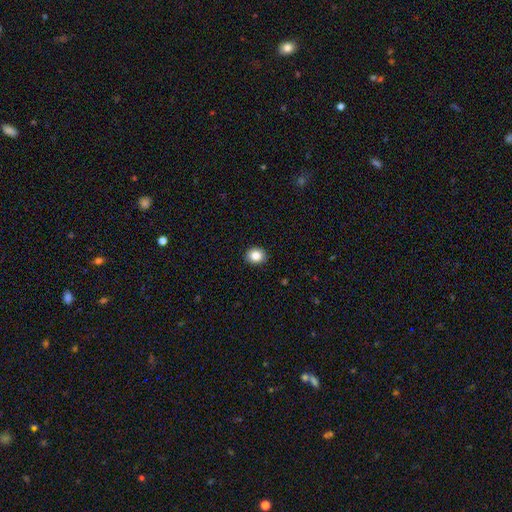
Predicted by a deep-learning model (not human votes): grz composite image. It shows a smooth galaxy with no disk features (85%) that is round (69%). Merging: none (92%).